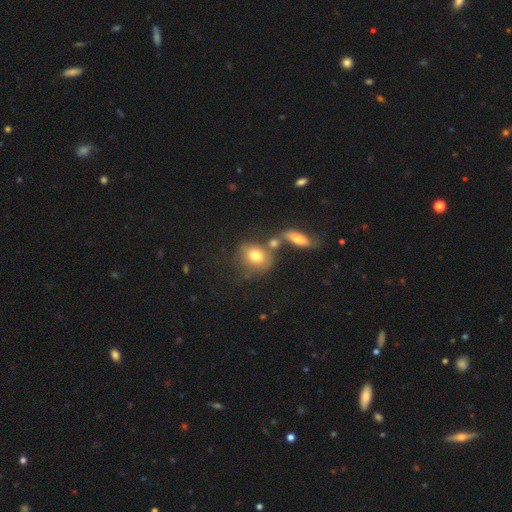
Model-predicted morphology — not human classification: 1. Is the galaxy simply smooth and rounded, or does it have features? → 74% smooth, 17% featured or disk, 9% star or artifact.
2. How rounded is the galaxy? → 49% round (tied), 49% in between (tied), 2% cigar-shaped.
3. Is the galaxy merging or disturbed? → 50% none, 31% merger, 13% minor disturbance, 6% major disturbance.